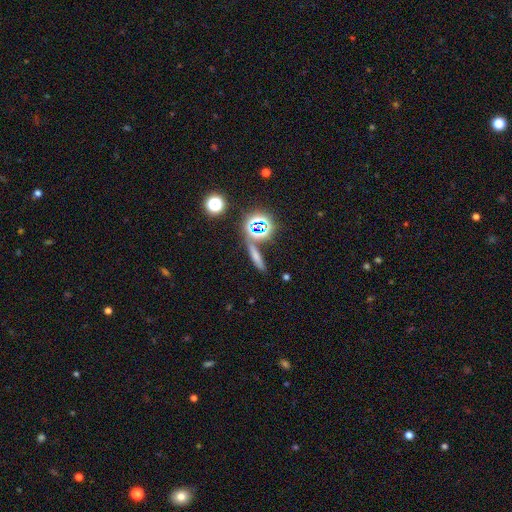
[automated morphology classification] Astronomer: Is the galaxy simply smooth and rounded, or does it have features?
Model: smooth — 55%.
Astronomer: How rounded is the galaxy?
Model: cigar-shaped — 74%.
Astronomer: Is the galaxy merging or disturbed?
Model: none — 75%.